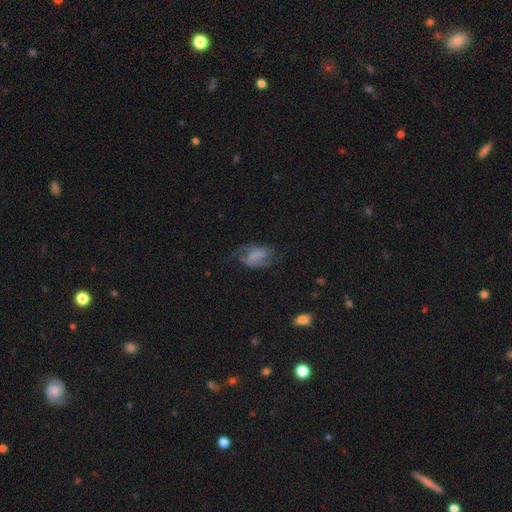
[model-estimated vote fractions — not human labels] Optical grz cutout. It shows a featured or disk galaxy (70%) with a weak bar (45%), 2 (87%) medium (49%) spiral arms (91%) and no central bulge (53%). Merging: none (62%).